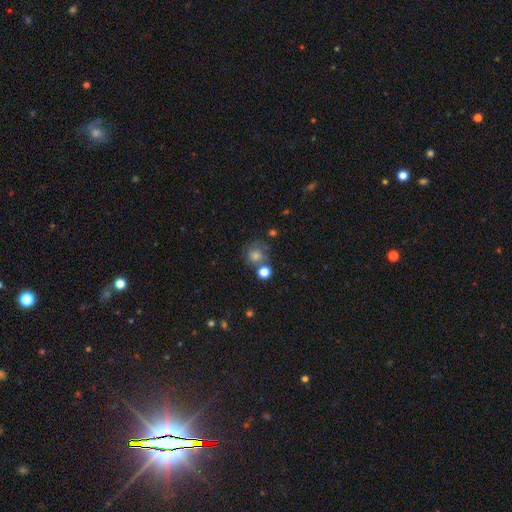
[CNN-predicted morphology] A smooth galaxy with no disk features (75%) that is round (86%).

Vote fractions:
- Smooth or featured? smooth: 75% / star or artifact: 15% / featured or disk: 10%
- How rounded? round: 86% / in between: 13% / cigar-shaped: 1%
- Merging? none: 60% / merger: 19% / minor disturbance: 14% / major disturbance: 7%